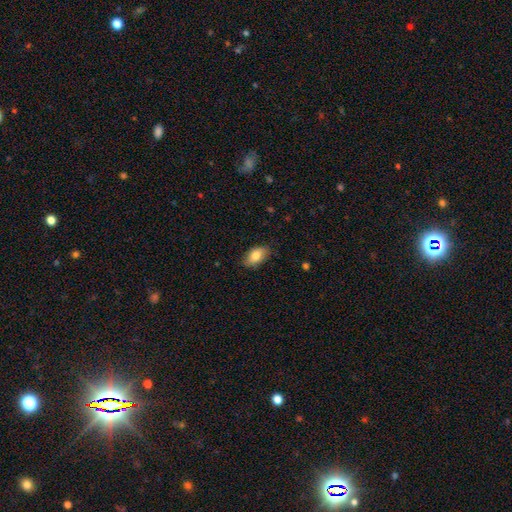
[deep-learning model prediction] smooth 82%, featured or disk 11%, star or artifact 7%. Down the decision tree: how rounded — in between (92%); merging — none (84%).